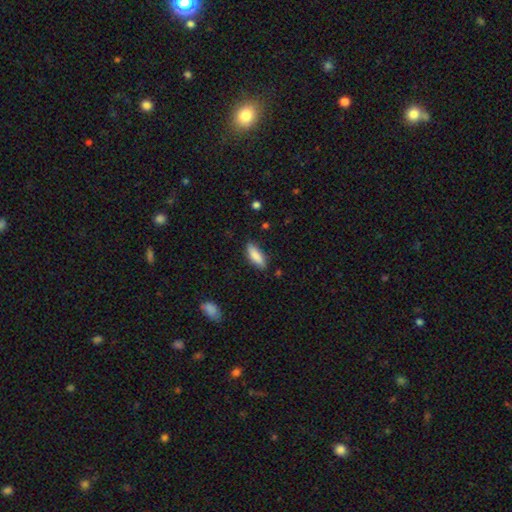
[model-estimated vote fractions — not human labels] This is clearly a smooth galaxy (86%). How rounded: likely in between (66%). Merging: clearly none (81%).